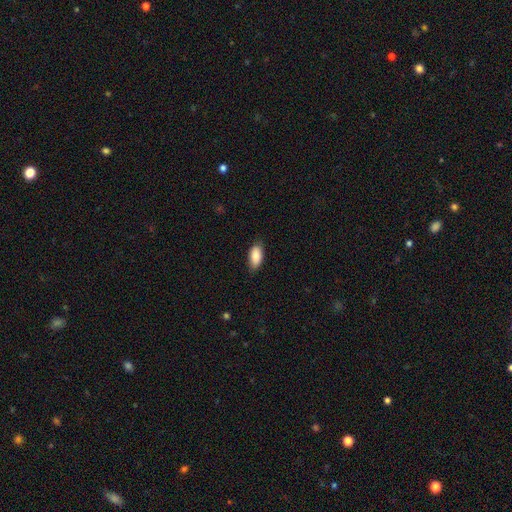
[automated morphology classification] Overall: smooth (86%). How rounded: in between (91%). Merging: none (81%).